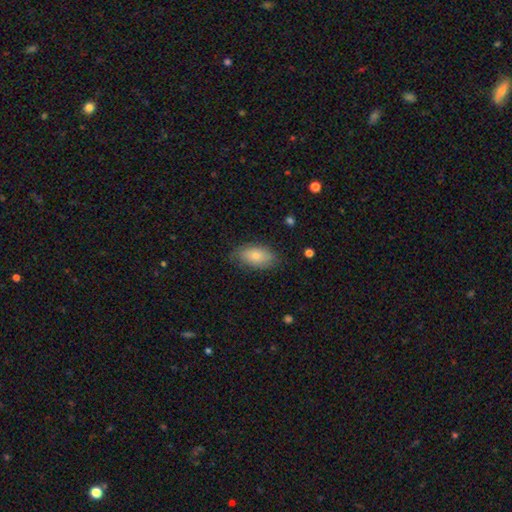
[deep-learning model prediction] Overall: smooth (74%). How rounded: in between (92%). Merging: none (74%).